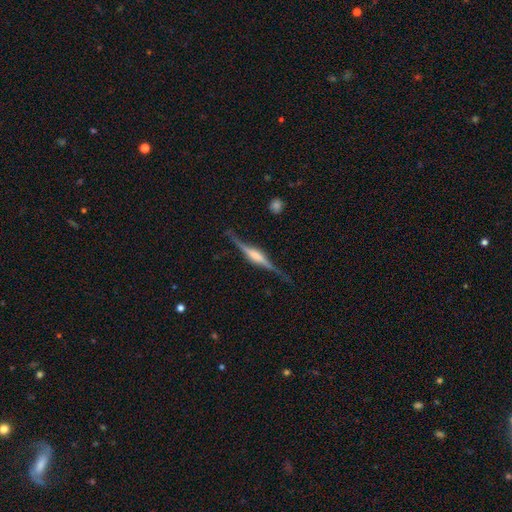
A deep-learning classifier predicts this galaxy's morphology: A featured or disk galaxy (84%) viewed edge-on (97%) with a rounded central bulge (59%).

Vote fractions:
- Smooth or featured? featured or disk: 84% / smooth: 10% / star or artifact: 5%
- Edge-on disk? yes: 97% / no: 3%
- Edge-on bulge? rounded: 59% / boxy: 35% / none: 6%
- Merging? none: 80% / minor disturbance: 14% / major disturbance: 4% / merger: 2%